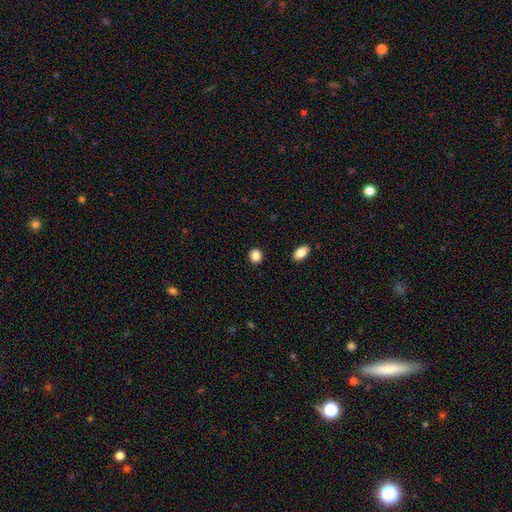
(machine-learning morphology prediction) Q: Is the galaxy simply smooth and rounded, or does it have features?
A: smooth — 87%.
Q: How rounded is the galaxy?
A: round — 78%.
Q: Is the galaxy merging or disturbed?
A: none — 91%.